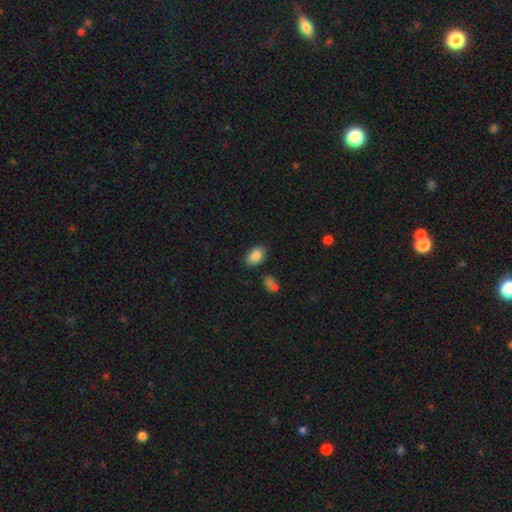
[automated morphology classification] Smooth or featured? Predicted: smooth (p=0.86). How rounded? Predicted: in between (p=0.86). Merging? Predicted: none (p=0.78).